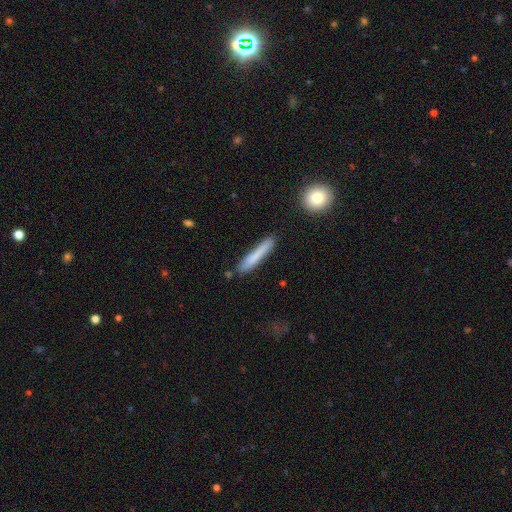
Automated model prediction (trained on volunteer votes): Q: Smooth or featured?
A: smooth (76%); runner-up: featured or disk (18%)
Q: How rounded?
A: cigar-shaped (95%); runner-up: in between (4%)
Q: Merging?
A: none (80%); runner-up: minor disturbance (14%)